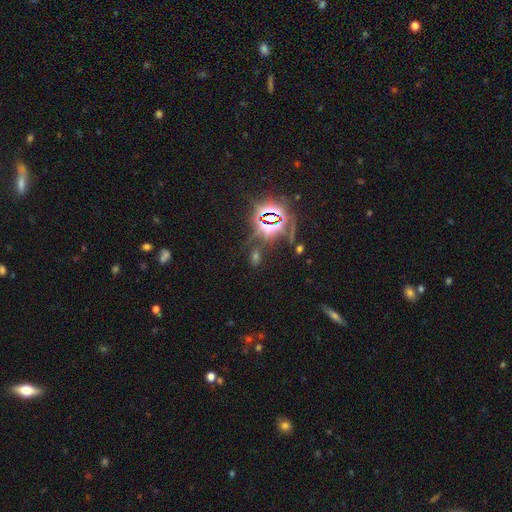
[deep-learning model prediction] Smooth or featured? star or artifact (71%)